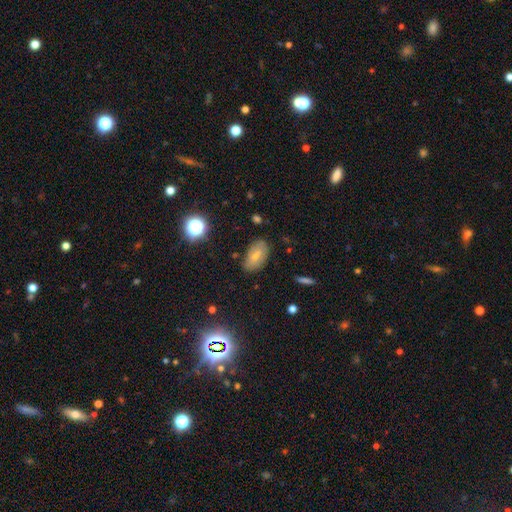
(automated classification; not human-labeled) smooth 60%, featured or disk 29%, star or artifact 11%. Down the decision tree: how rounded — in between (91%); merging — none (76%).